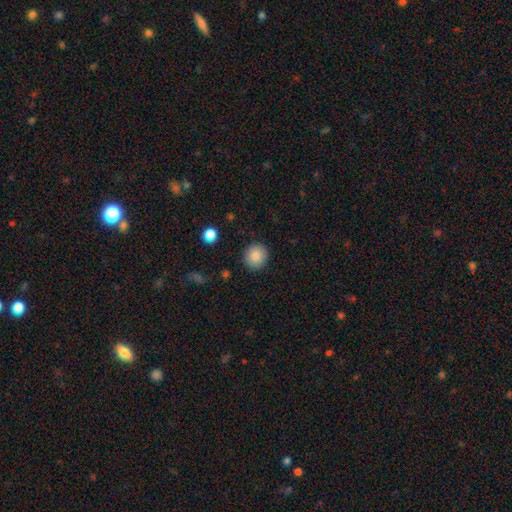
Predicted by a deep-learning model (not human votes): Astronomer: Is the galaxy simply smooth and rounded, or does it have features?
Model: smooth — 88%.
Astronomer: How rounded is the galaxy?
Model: round — 90%.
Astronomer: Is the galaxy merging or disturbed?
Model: none — 91%.